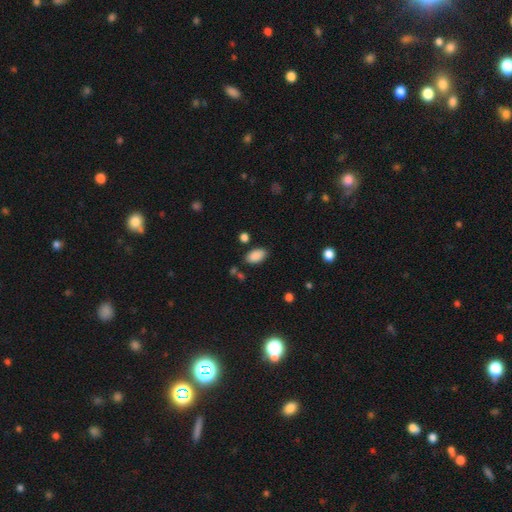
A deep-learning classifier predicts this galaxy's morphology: This is clearly a smooth galaxy (88%). How rounded: clearly in between (93%). Merging: clearly none (81%).